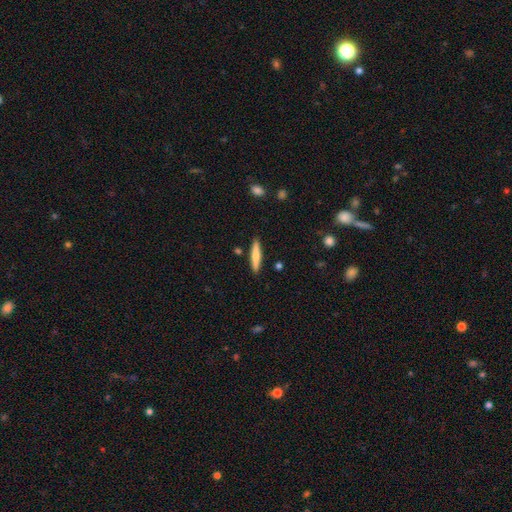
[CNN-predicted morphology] This is likely a smooth galaxy (63%). How rounded: clearly cigar-shaped (89%). Merging: clearly none (89%).